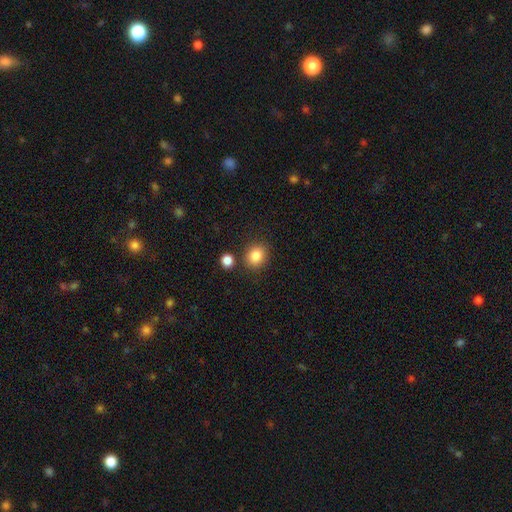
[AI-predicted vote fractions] This is clearly a smooth galaxy (85%). How rounded: likely round (70%). Merging: clearly none (82%).